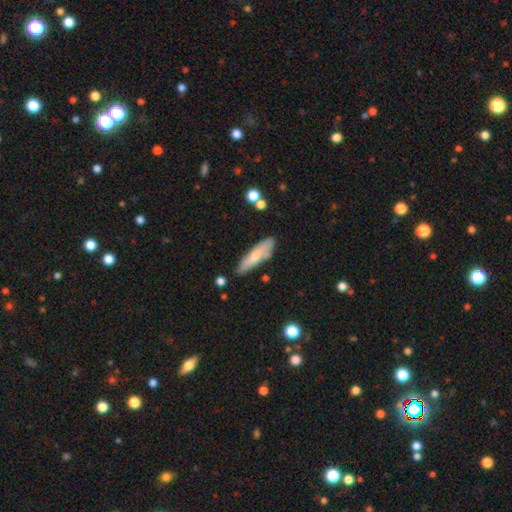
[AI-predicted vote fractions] smooth-or-featured: smooth: 65% | featured or disk: 29% | star or artifact: 6%
  how-rounded: cigar-shaped: 62% | in between: 36% | round: 2%
  merging: none: 71% | minor disturbance: 19% | merger: 5% | major disturbance: 4%